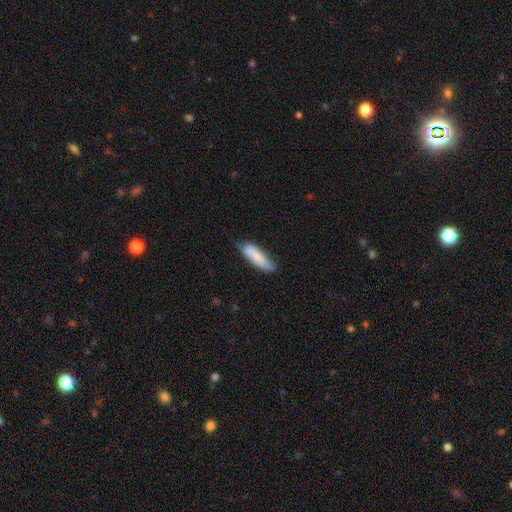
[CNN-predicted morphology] Smooth or featured: smooth — 83% (featured or disk — 11%)
How rounded: cigar-shaped — 59% (in between — 39%)
Merging: none — 68% (minor disturbance — 25%)